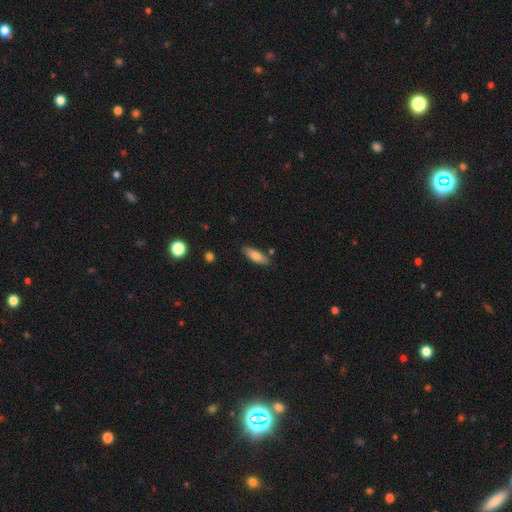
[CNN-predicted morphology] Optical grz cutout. It shows a smooth galaxy with no disk features (75%) that is in between round and cigar-shaped (56%). Merging: none (82%).